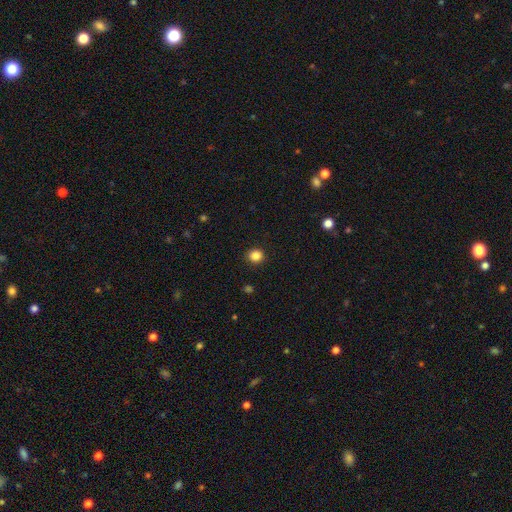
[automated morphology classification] Q: Smooth or featured?
A: smooth (86%); runner-up: star or artifact (11%)
Q: How rounded?
A: round (86%); runner-up: in between (13%)
Q: Merging?
A: none (91%); runner-up: minor disturbance (6%)